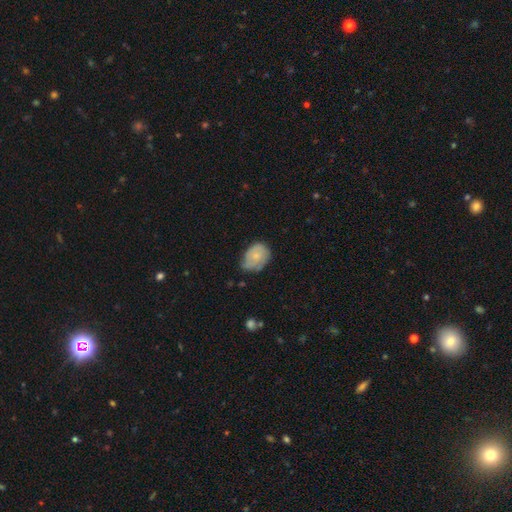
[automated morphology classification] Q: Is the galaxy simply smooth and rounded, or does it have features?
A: smooth — 50%.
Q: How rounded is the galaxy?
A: in between — 65%.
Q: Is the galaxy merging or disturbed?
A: none — 50%.